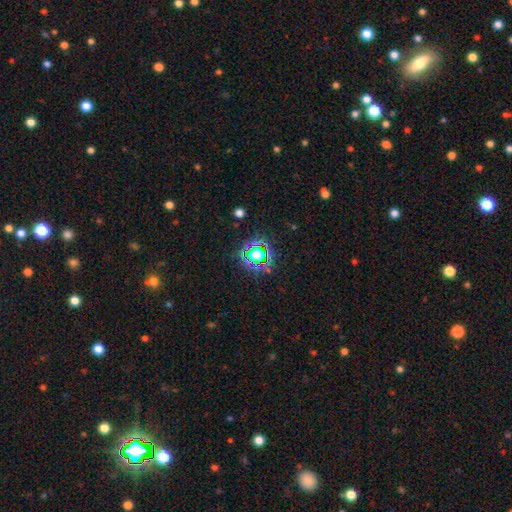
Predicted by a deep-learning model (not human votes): This is likely a star or artifact rather than a galaxy (64%).